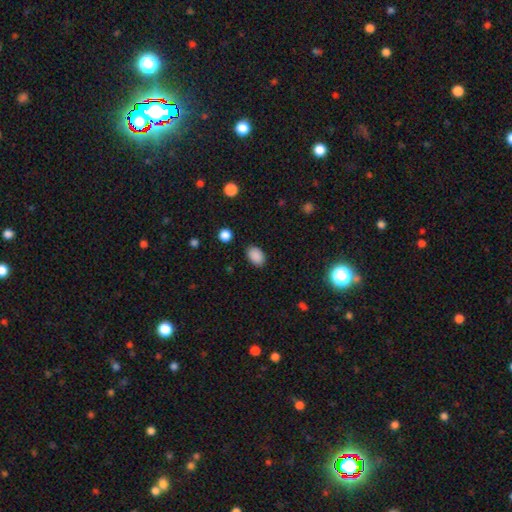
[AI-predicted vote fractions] Morphology: type=smooth (89%); roundness=in between (87%); merging=none (87%).